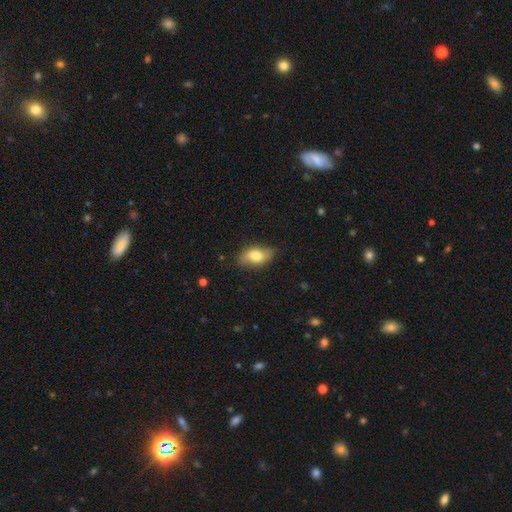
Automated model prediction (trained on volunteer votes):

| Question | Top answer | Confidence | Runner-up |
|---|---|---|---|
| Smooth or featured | smooth | 72% | featured or disk (22%) |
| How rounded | in between | 88% | round (7%) |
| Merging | none | 77% | minor disturbance (19%) |